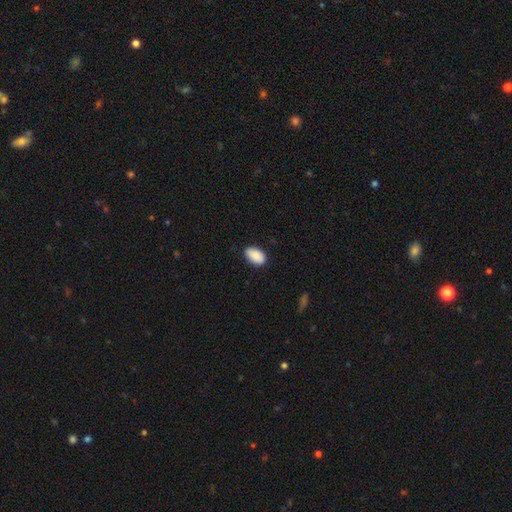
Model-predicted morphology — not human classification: type=smooth (90%); roundness=in between (92%); merging=none (83%).